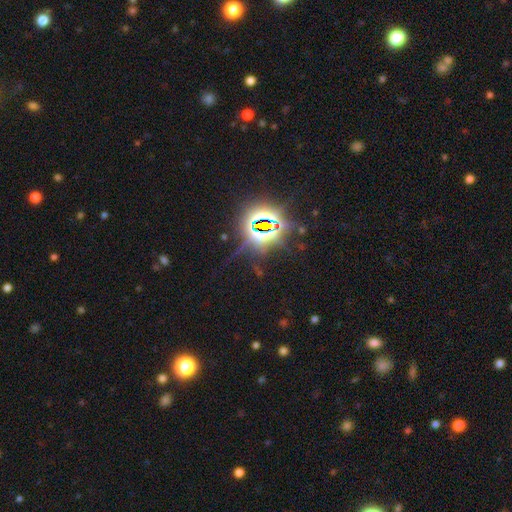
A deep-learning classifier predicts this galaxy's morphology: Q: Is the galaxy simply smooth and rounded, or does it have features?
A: star or artifact — 81%.